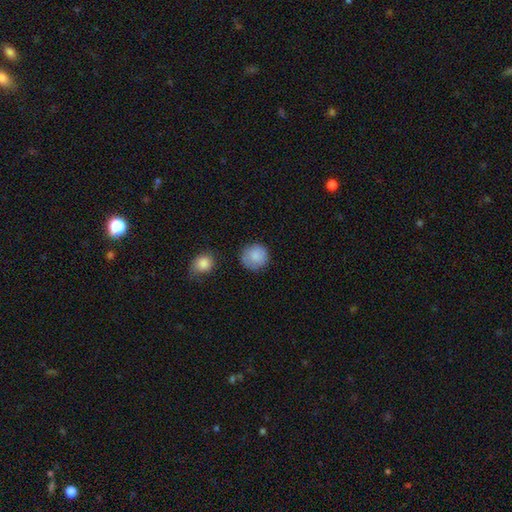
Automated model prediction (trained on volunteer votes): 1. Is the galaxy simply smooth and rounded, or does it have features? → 86% smooth, 7% star or artifact, 7% featured or disk.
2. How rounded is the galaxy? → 93% round, 6% in between, 1% cigar-shaped.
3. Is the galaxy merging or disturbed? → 80% none, 14% minor disturbance, 4% major disturbance, 3% merger.